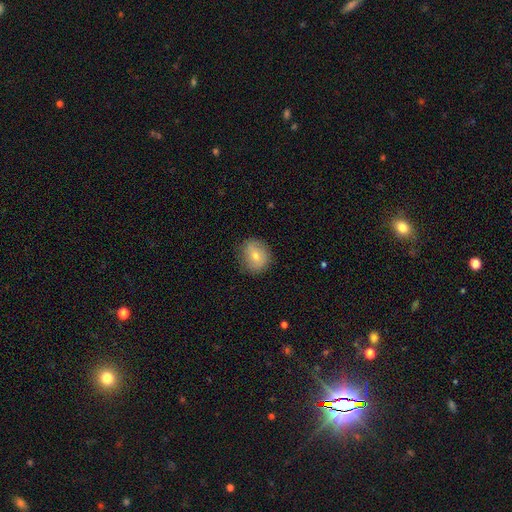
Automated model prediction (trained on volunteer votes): Smooth or featured? smooth (57%)
How rounded? round (73%)
Merging? none (83%)